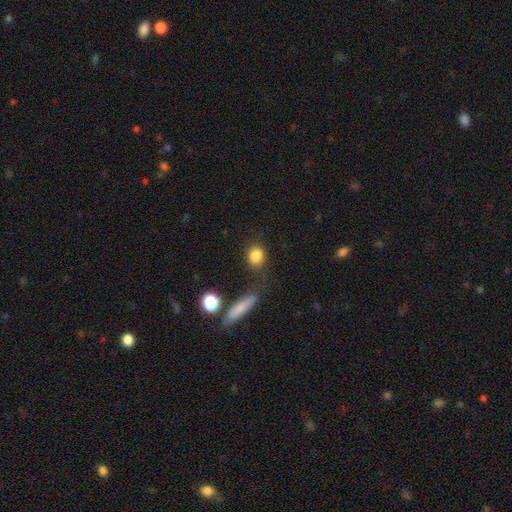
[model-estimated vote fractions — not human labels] A smooth galaxy with no disk features (85%) that is round (67%). Merging: none (70%).